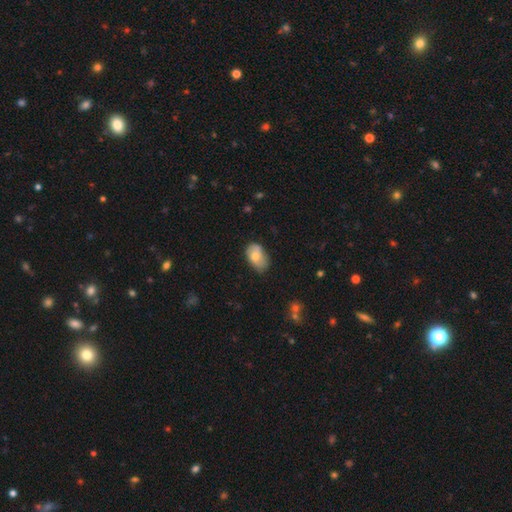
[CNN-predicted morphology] This appears to be a smooth galaxy with no disk features (74%) that is in between round and cigar-shaped (90%). Merging: none (57%).